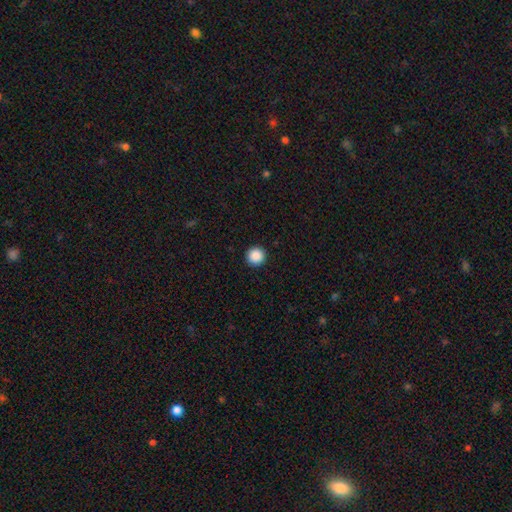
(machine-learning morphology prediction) Smooth or featured? Predicted: smooth (p=0.88). How rounded? Predicted: round (p=0.96). Merging? Predicted: none (p=0.93).